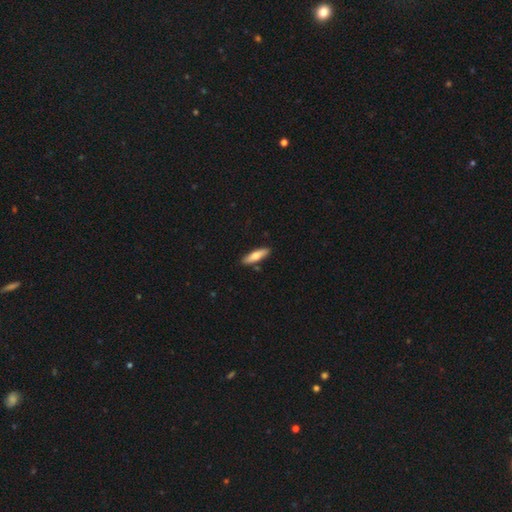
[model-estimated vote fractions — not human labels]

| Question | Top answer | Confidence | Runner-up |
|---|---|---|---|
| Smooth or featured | smooth | 65% | featured or disk (30%) |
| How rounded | cigar-shaped | 67% | in between (31%) |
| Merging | none | 87% | minor disturbance (9%) |